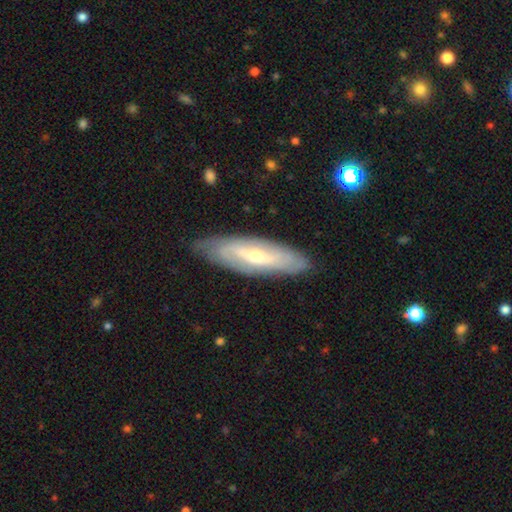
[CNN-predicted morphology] Smooth or featured? featured or disk (70%)
Edge-on disk? no (74%)
Bar? weak (39%)
Spiral arms? yes (76%)
Bulge size? small (52%)
Merging? none (81%)